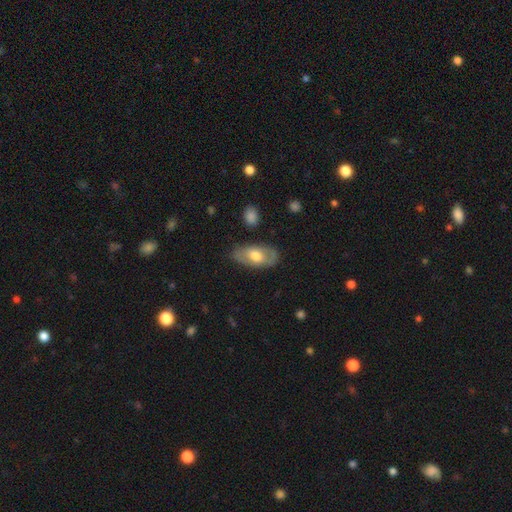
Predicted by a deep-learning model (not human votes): Smooth or featured?
  - smooth: 50% *
  - featured or disk: 45%
  - star or artifact: 6%
Merging?
  - none: 74% *
  - minor disturbance: 19%
  - major disturbance: 5%
  - merger: 2%